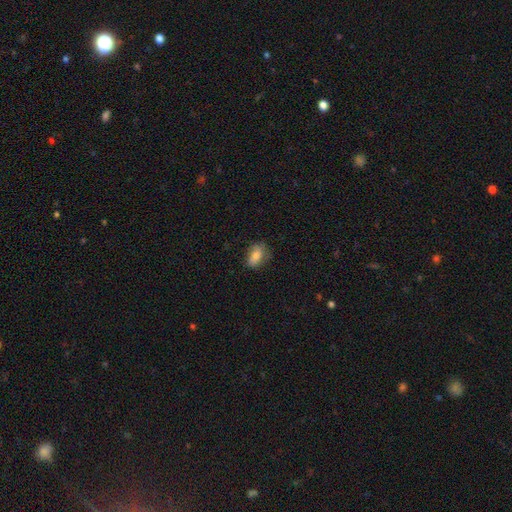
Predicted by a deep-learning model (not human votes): Smooth or featured? Predicted: smooth (p=0.72). How rounded? Predicted: in between (p=0.84). Merging? Predicted: none (p=0.68).